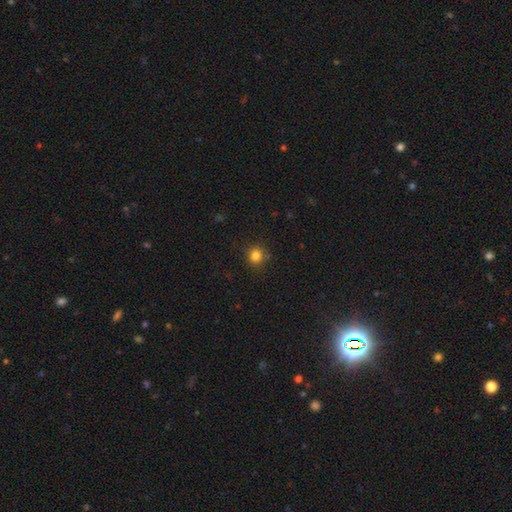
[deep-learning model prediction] smooth_or_featured: smooth (p=0.82) [alt: star or artifact p=0.13]
how_rounded: round (p=0.91) [alt: in between p=0.08]
merging: none (p=0.87) [alt: minor disturbance p=0.09]